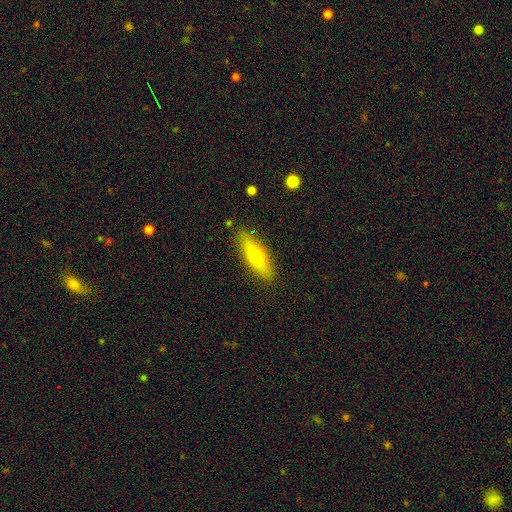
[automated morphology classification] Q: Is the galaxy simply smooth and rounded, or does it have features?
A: smooth — 59%.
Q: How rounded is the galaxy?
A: cigar-shaped — 58%.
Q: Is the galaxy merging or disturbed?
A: none — 86%.